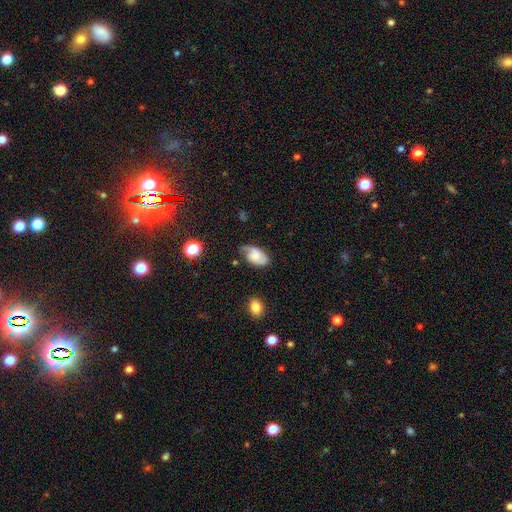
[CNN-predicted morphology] featured or disk 52%, smooth 40%, star or artifact 9%. Down the decision tree: edge-on disk — no (95%); merging — none (52%).